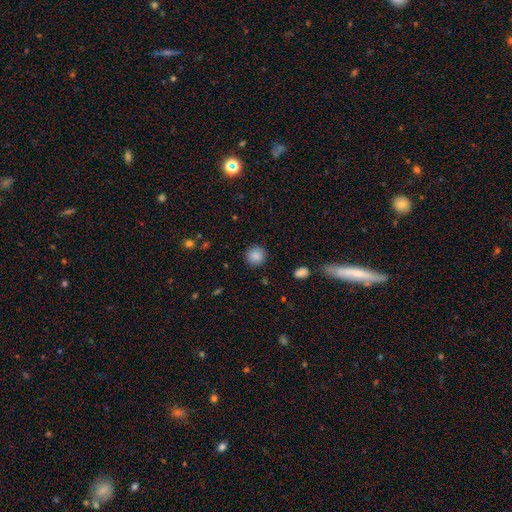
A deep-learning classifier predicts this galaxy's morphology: Smooth or featured: smooth — 87% (star or artifact — 10%)
How rounded: round — 93% (in between — 6%)
Merging: none — 90% (minor disturbance — 6%)